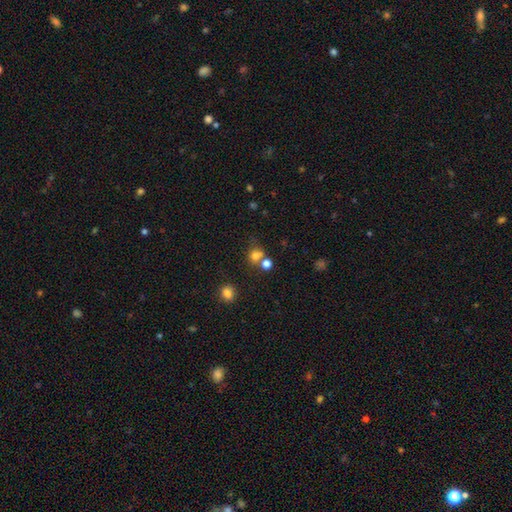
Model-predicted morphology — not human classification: Q: Smooth or featured?
A: smooth (72%); runner-up: star or artifact (18%)
Q: How rounded?
A: round (74%); runner-up: in between (25%)
Q: Merging?
A: none (50%); runner-up: merger (32%)